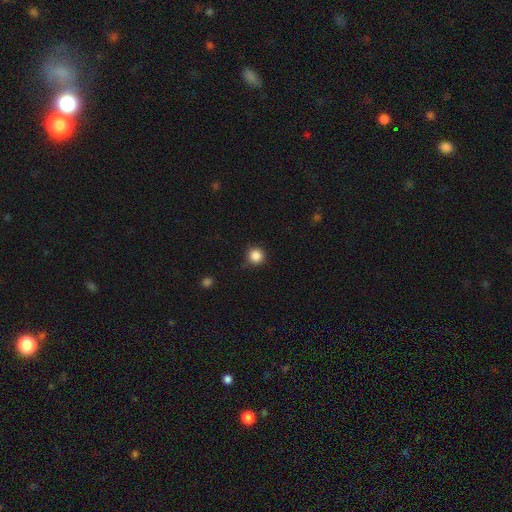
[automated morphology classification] Smooth or featured? Predicted: smooth (p=0.86). How rounded? Predicted: round (p=0.95). Merging? Predicted: none (p=0.84).